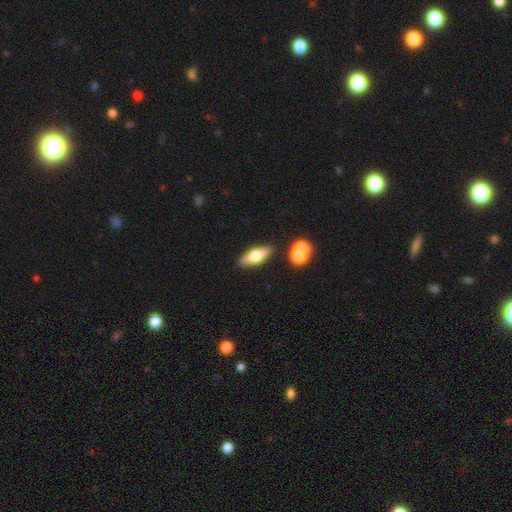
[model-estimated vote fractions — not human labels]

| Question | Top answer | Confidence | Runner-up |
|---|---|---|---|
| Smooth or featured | smooth | 60% | featured or disk (33%) |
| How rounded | in between | 65% | cigar-shaped (31%) |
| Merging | none | 83% | minor disturbance (9%) |